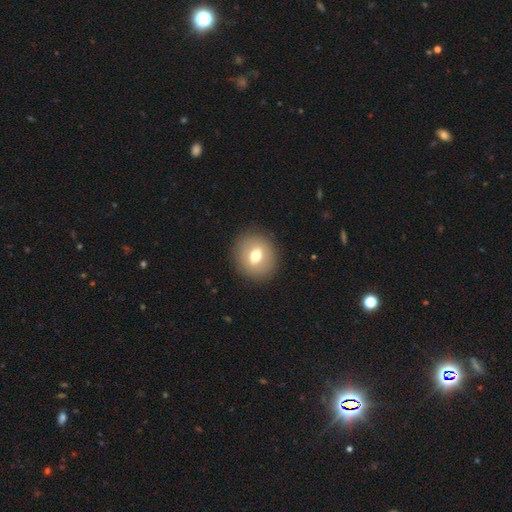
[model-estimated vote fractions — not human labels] A smooth galaxy with no disk features (65%) that is round (73%).

Vote fractions:
- Smooth or featured? smooth: 65% / featured or disk: 26% / star or artifact: 9%
- How rounded? round: 73% / in between: 25% / cigar-shaped: 1%
- Merging? none: 89% / minor disturbance: 7% / major disturbance: 3% / merger: 1%